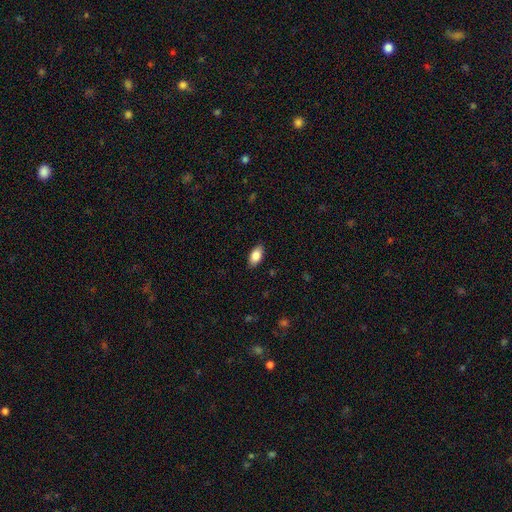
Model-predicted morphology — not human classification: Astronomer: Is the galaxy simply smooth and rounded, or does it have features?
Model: smooth — 85%.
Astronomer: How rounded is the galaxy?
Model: in between — 92%.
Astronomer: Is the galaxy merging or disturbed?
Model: none — 87%.